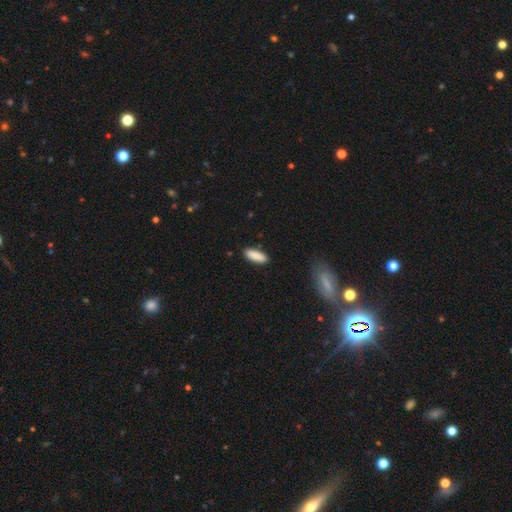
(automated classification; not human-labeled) Smooth or featured? smooth (88%)
How rounded? in between (60%)
Merging? none (87%)